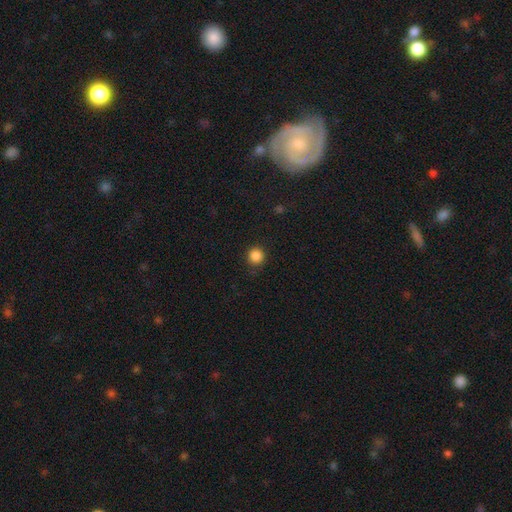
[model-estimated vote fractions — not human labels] This appears to be a smooth galaxy with no disk features (86%) that is round (94%). Merging: none (89%).